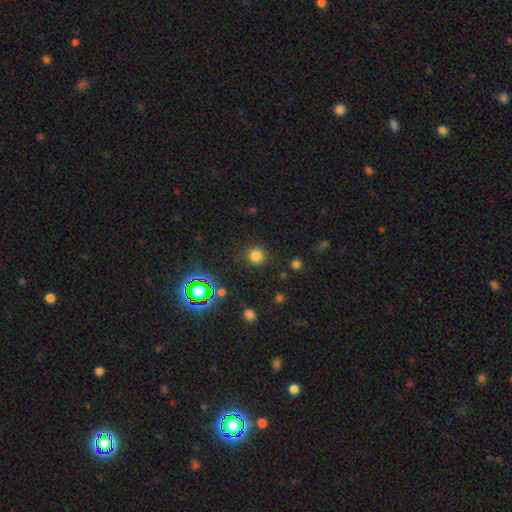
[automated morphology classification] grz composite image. It shows a smooth galaxy with no disk features (75%) that is round (94%). Merging: none (88%).